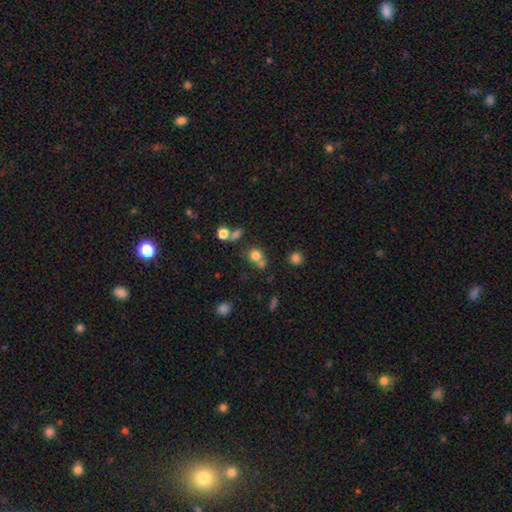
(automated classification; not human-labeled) Q: Smooth or featured?
A: smooth (75%); runner-up: star or artifact (15%)
Q: How rounded?
A: round (81%); runner-up: in between (18%)
Q: Merging?
A: none (50%); runner-up: merger (34%)